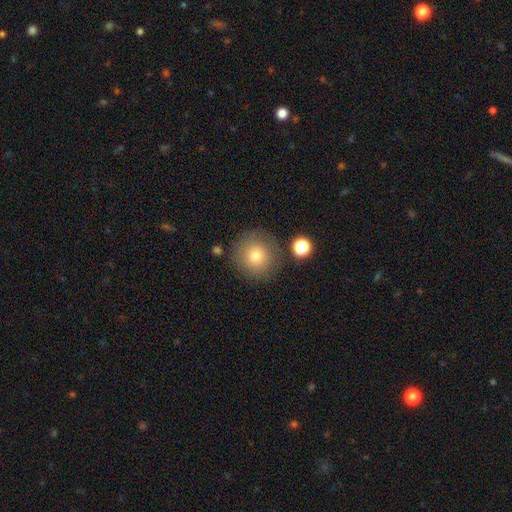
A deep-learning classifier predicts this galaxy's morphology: smooth-or-featured: smooth: 78% | featured or disk: 11% | star or artifact: 11%
  how-rounded: round: 94% | in between: 5% | cigar-shaped: 1%
  merging: none: 83% | minor disturbance: 10% | merger: 4% | major disturbance: 3%